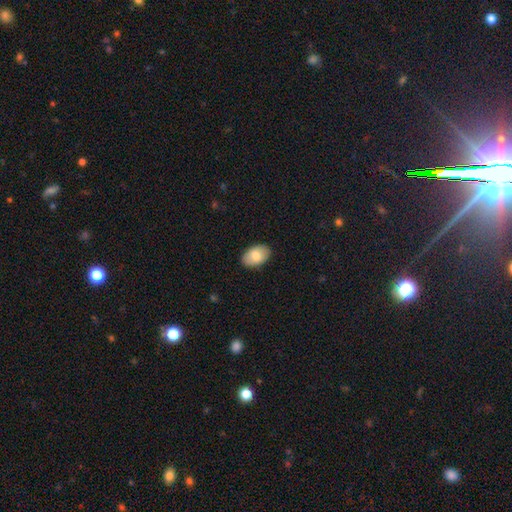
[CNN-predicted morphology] type=smooth (79%); roundness=in between (91%); merging=none (88%).